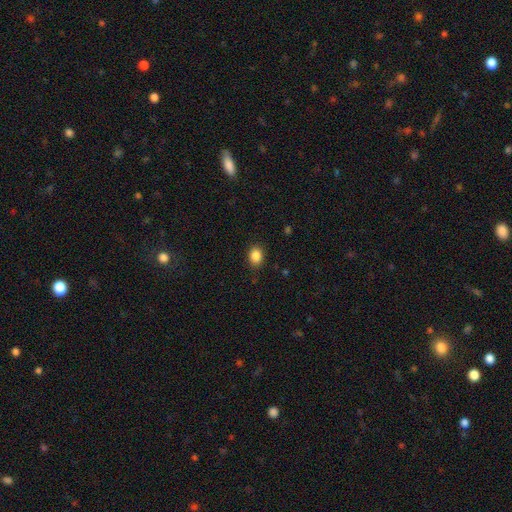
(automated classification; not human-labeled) Smooth or featured? smooth (87%)
How rounded? in between (57%)
Merging? none (87%)